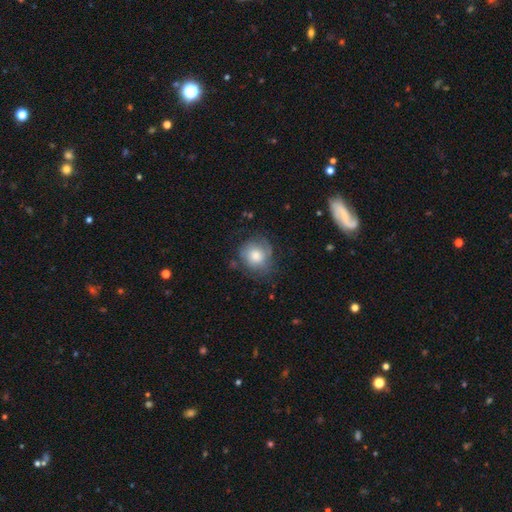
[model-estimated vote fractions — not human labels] Overall: smooth (69%). How rounded: round (81%). Merging: none (62%; minor disturbance 24%).